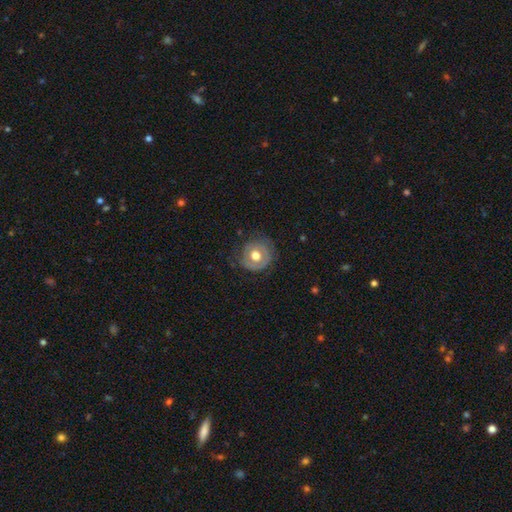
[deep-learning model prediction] smooth 49%, featured or disk 44%, star or artifact 7%. Down the decision tree: merging — none (72%).